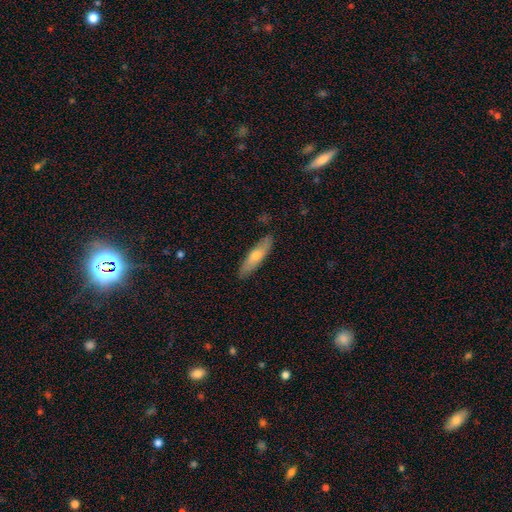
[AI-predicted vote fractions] smooth 60%, featured or disk 35%, star or artifact 6%. Down the decision tree: how rounded — cigar-shaped (69%); merging — none (86%).